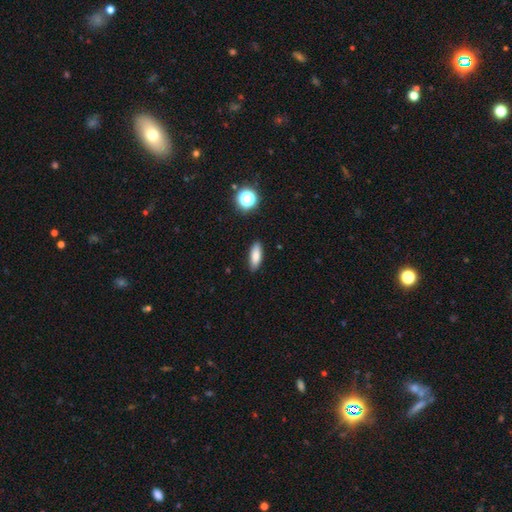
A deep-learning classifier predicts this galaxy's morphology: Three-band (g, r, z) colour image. It shows a smooth galaxy with no disk features (81%) that is in between round and cigar-shaped (67%). Merging: none (87%).